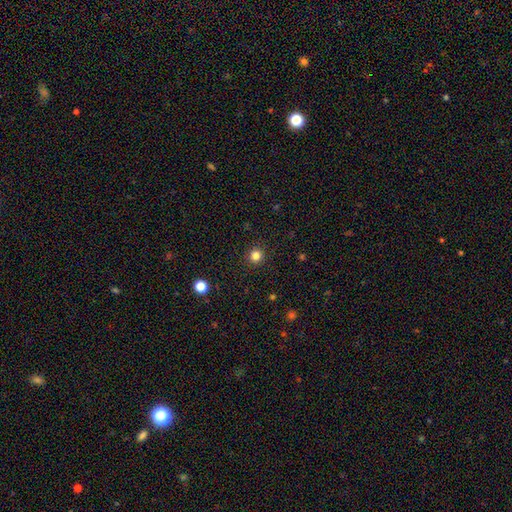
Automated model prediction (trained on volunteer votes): A smooth galaxy with no disk features (82%) that is round (94%).

Vote fractions:
- Smooth or featured? smooth: 82% / star or artifact: 14% / featured or disk: 4%
- How rounded? round: 94% / in between: 5% / cigar-shaped: 1%
- Merging? none: 92% / minor disturbance: 5% / major disturbance: 2% / merger: 1%